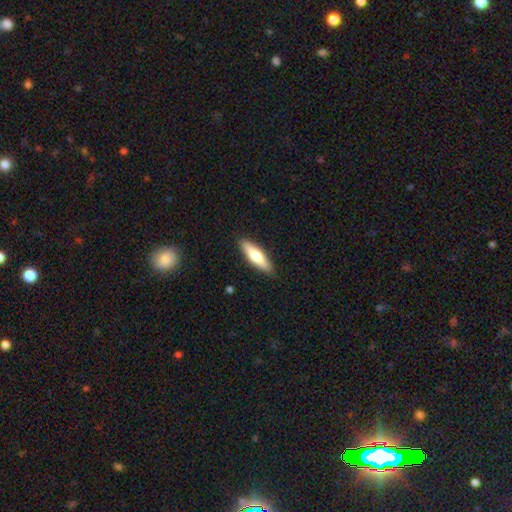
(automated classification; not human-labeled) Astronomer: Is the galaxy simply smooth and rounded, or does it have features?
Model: smooth — 62%.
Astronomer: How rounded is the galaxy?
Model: cigar-shaped — 59% (runner-up: in between, 40%).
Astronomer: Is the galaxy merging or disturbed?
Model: none — 89%.